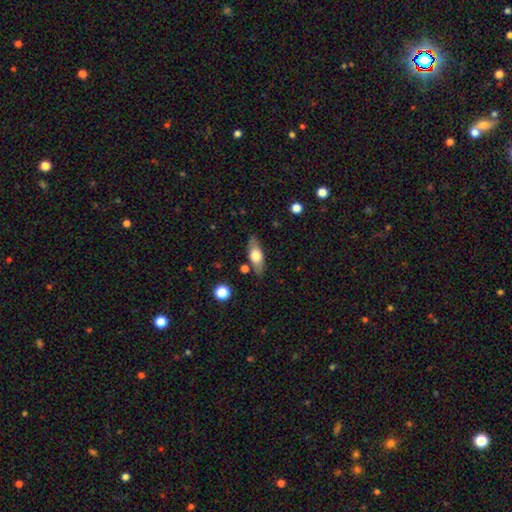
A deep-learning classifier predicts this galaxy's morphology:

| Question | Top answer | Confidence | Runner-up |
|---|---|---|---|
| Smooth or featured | smooth | 58% | featured or disk (35%) |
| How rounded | in between | 70% | cigar-shaped (25%) |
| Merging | none | 80% | minor disturbance (13%) |